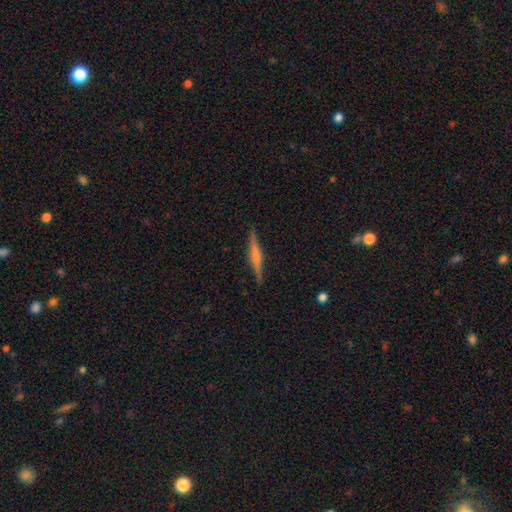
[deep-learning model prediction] Morphology: type=featured or disk (64%); edge-on=yes (98%); edge-on bulge=rounded (60%); merging=none (90%).